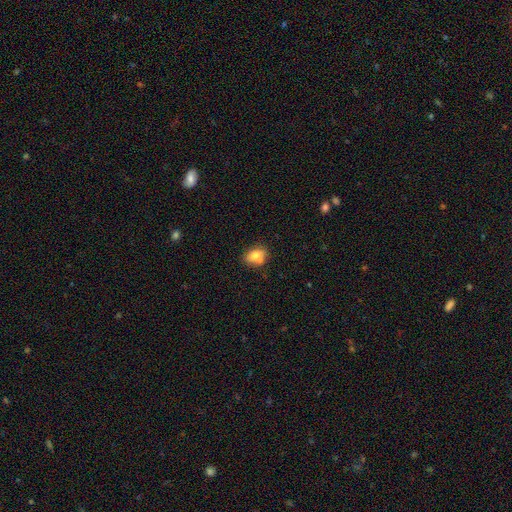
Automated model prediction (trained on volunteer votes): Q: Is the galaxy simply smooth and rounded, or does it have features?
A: smooth — 71%.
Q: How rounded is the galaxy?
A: in between — 68%.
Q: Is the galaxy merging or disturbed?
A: none — 57%.